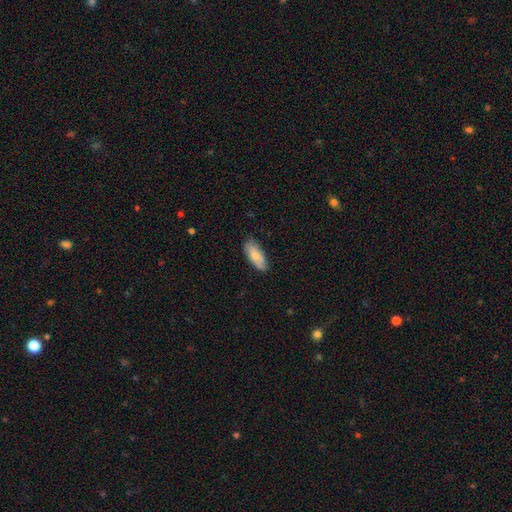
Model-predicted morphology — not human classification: A smooth galaxy with no disk features (77%) that is in between round and cigar-shaped (80%). Merging: none (81%).